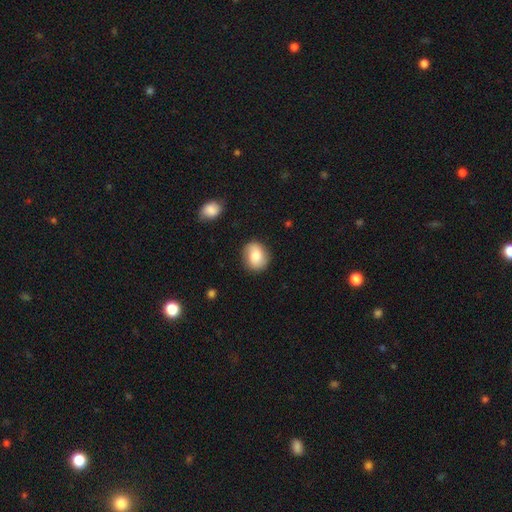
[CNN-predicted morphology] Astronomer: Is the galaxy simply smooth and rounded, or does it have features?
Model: smooth — 74%.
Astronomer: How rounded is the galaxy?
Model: round — 63%.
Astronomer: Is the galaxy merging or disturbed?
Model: none — 83%.